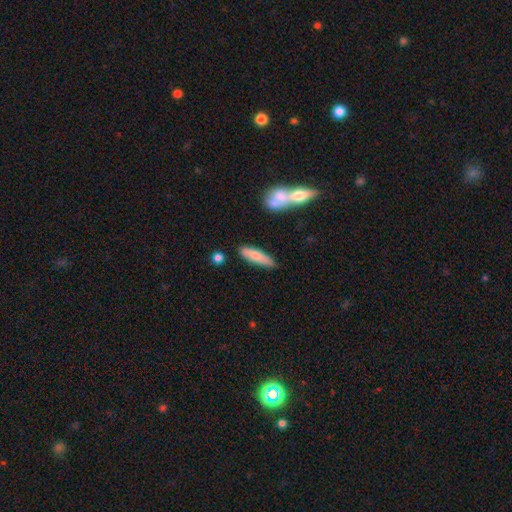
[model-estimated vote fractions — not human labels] Smooth or featured: smooth — 74% (featured or disk — 20%)
How rounded: cigar-shaped — 67% (in between — 31%)
Merging: none — 78% (minor disturbance — 15%)